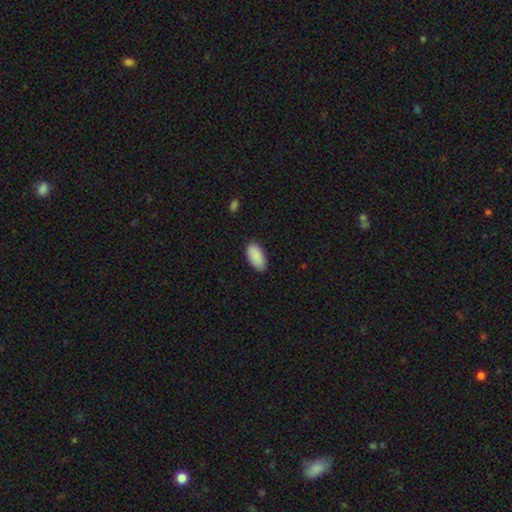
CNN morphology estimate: smooth_or_featured: smooth (p=0.91) [alt: star or artifact p=0.06]
how_rounded: in between (p=0.95) [alt: cigar-shaped p=0.03]
merging: none (p=0.88) [alt: minor disturbance p=0.09]